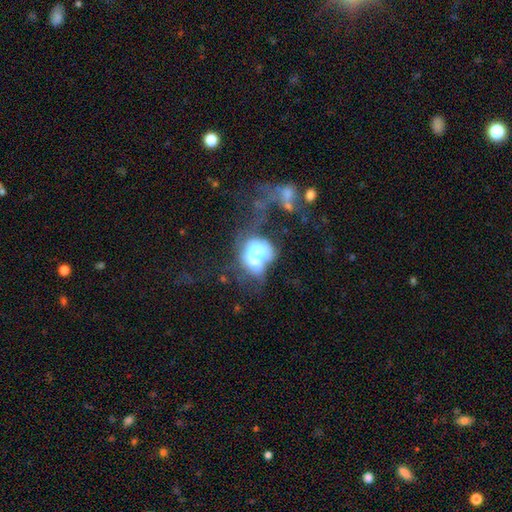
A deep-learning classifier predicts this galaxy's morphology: smooth_or_featured: smooth (p=0.44) [alt: featured or disk p=0.43]
merging: merger (p=0.49) [alt: major disturbance p=0.28]